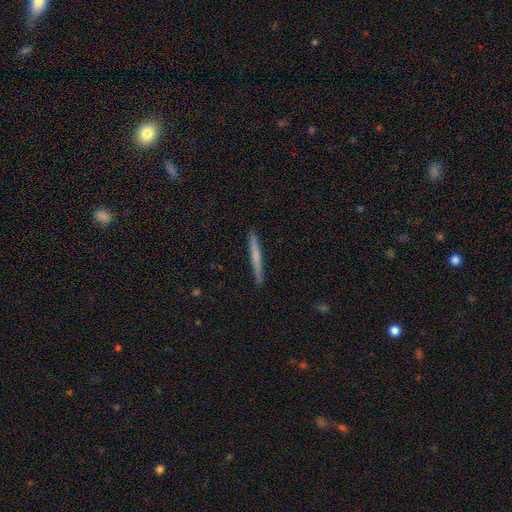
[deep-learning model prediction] Smooth or featured: smooth — 58% (featured or disk — 37%)
How rounded: cigar-shaped — 97% (in between — 2%)
Merging: none — 92% (minor disturbance — 6%)